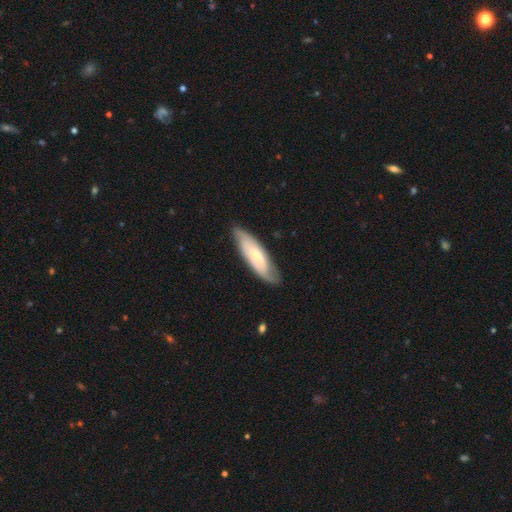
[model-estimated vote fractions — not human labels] Q: Smooth or featured?
A: featured or disk (51%); runner-up: smooth (44%)
Q: Edge-on disk?
A: no (71%); runner-up: yes (29%)
Q: Merging?
A: none (77%); runner-up: minor disturbance (18%)